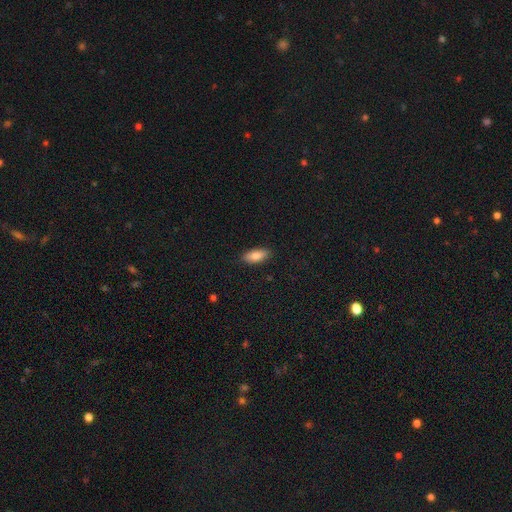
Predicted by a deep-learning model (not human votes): smooth_or_featured: smooth (p=0.84) [alt: featured or disk p=0.10]
how_rounded: in between (p=0.82) [alt: cigar-shaped p=0.15]
merging: none (p=0.88) [alt: minor disturbance p=0.09]